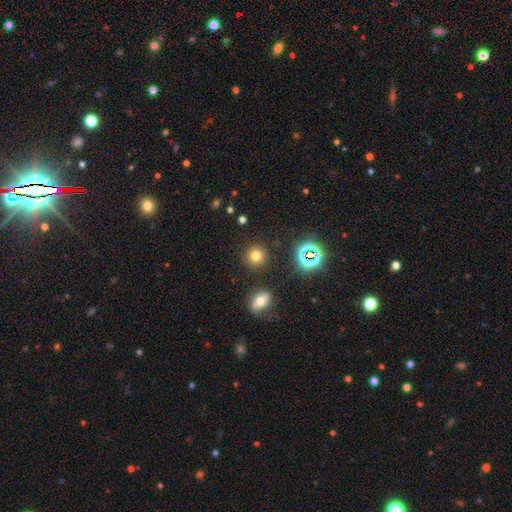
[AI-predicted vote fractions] Smooth or featured: smooth — 73% (star or artifact — 20%)
How rounded: round — 92% (in between — 7%)
Merging: none — 88% (minor disturbance — 6%)